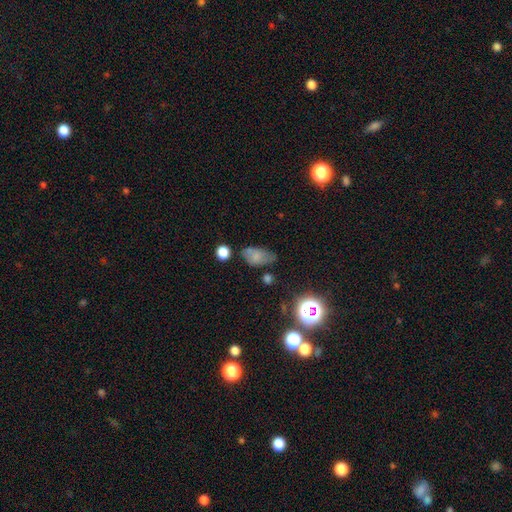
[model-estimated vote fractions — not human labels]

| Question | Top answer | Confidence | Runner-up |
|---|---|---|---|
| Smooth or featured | smooth | 70% | featured or disk (16%) |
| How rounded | in between | 88% | round (9%) |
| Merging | none | 46% | minor disturbance (34%) |